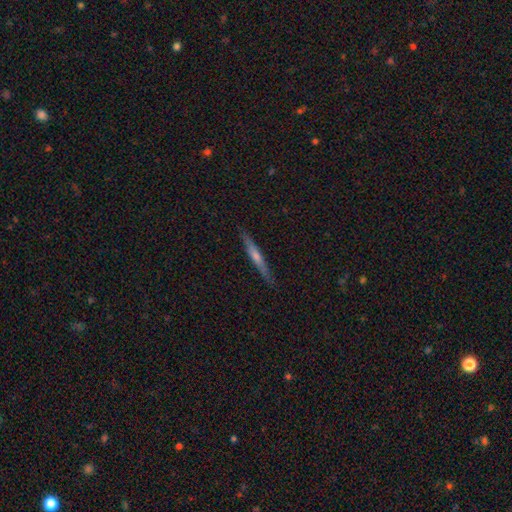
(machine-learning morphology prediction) This appears to be a featured or disk galaxy (72%) viewed edge-on (97%) with a rounded central bulge (79%). Merging: none (91%).